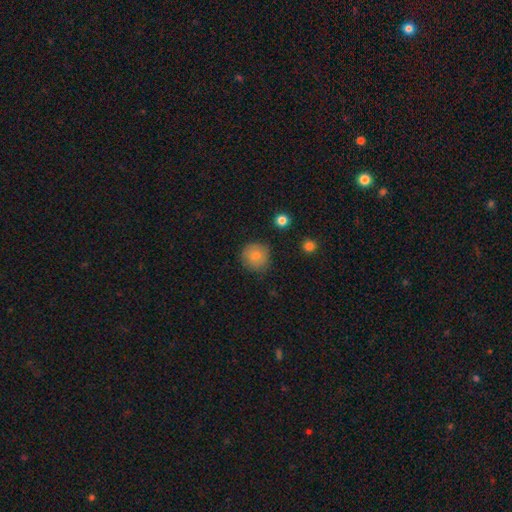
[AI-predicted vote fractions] Smooth or featured?
  - smooth: 79% *
  - featured or disk: 12%
  - star or artifact: 9%
How rounded?
  - round: 93% *
  - in between: 6%
  - cigar-shaped: 1%
Merging?
  - none: 85% *
  - minor disturbance: 11%
  - major disturbance: 2%
  - merger: 1%